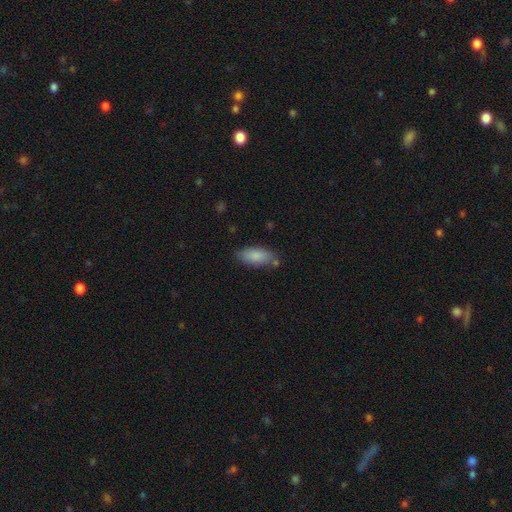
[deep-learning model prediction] This appears to be a smooth galaxy with no disk features (86%) that is in between round and cigar-shaped (86%). Merging: none (73%).